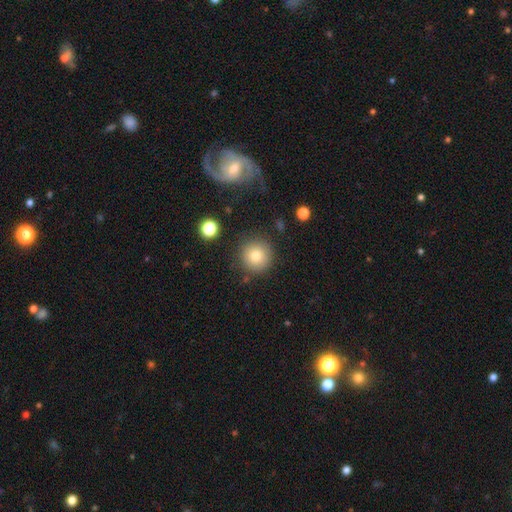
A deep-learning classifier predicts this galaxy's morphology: Q: Smooth or featured?
A: smooth (80%); runner-up: star or artifact (11%)
Q: How rounded?
A: round (95%); runner-up: in between (5%)
Q: Merging?
A: none (86%); runner-up: minor disturbance (9%)